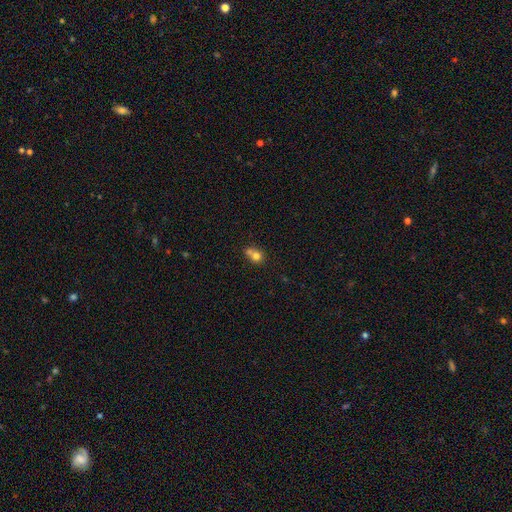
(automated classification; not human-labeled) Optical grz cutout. It shows a smooth galaxy with no disk features (74%) that is round (78%). Merging: merger (52%).